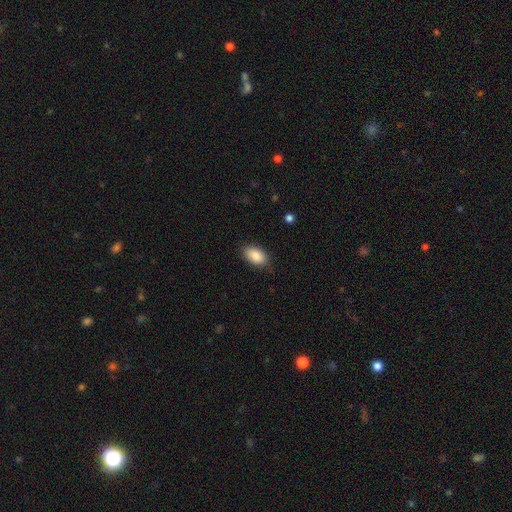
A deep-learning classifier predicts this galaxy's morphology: smooth-or-featured: smooth: 86% | featured or disk: 7% | star or artifact: 7%
  how-rounded: in between: 93% | round: 6% | cigar-shaped: 2%
  merging: none: 85% | minor disturbance: 12% | major disturbance: 3% | merger: 1%